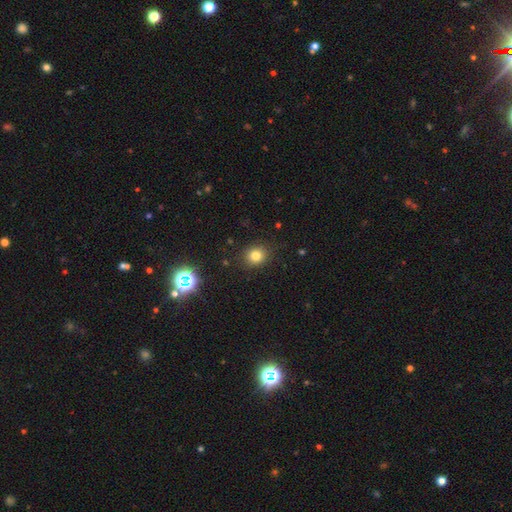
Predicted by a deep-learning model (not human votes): This appears to be a smooth galaxy with no disk features (78%) that is round (80%). Merging: none (88%).